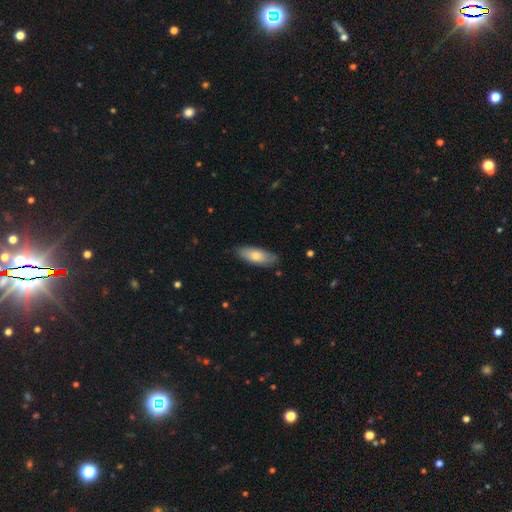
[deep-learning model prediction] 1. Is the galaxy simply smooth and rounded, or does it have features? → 75% smooth, 19% featured or disk, 5% star or artifact.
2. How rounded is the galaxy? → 73% in between, 25% cigar-shaped, 2% round.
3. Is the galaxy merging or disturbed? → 81% none, 15% minor disturbance, 2% major disturbance, 1% merger.